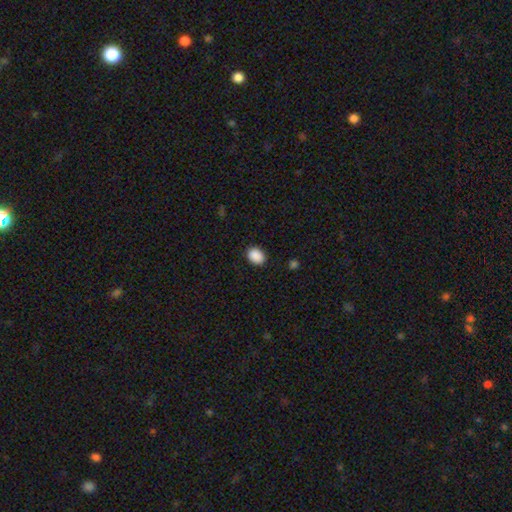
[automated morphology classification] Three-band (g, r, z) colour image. It shows a smooth galaxy with no disk features (90%) that is in between round and cigar-shaped (66%). Merging: none (89%).